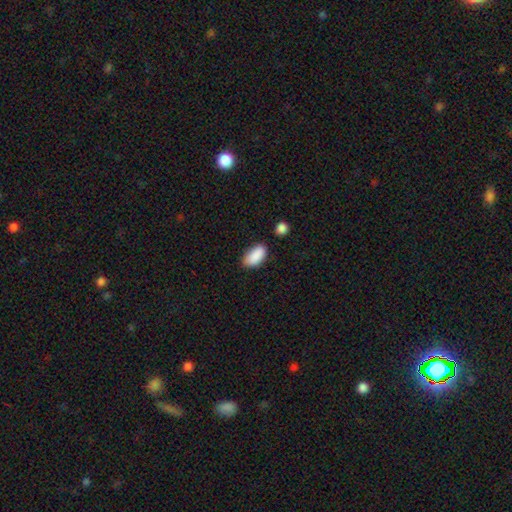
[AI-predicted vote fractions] smooth_or_featured: smooth (p=0.90) [alt: star or artifact p=0.07]
how_rounded: in between (p=0.93) [alt: cigar-shaped p=0.05]
merging: none (p=0.76) [alt: minor disturbance p=0.17]